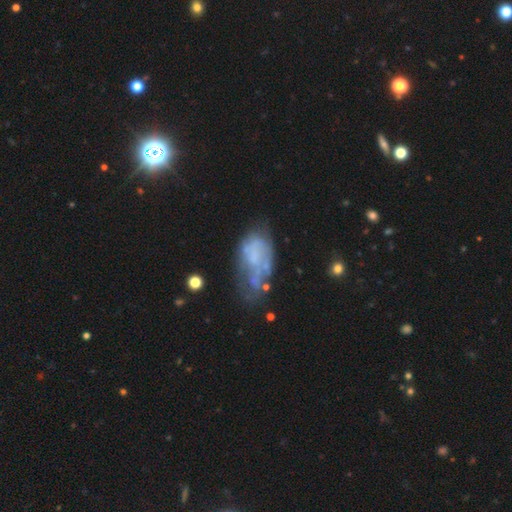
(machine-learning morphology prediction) smooth-or-featured: featured or disk: 52% | smooth: 36% | star or artifact: 12%
  disk-edge-on: no: 95% | yes: 5%
  merging: none: 32% | major disturbance: 29% | minor disturbance: 29% | merger: 10%